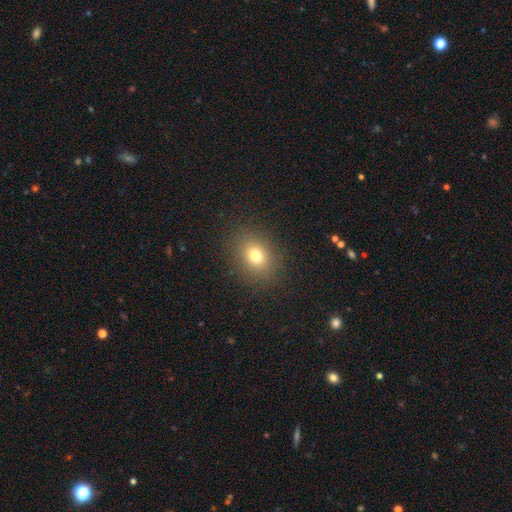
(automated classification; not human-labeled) A smooth galaxy with no disk features (75%) that is round (56%).

Vote fractions:
- Smooth or featured? smooth: 75% / star or artifact: 15% / featured or disk: 10%
- How rounded? round: 56% / in between: 43% / cigar-shaped: 1%
- Merging? none: 87% / minor disturbance: 8% / major disturbance: 4% / merger: 1%